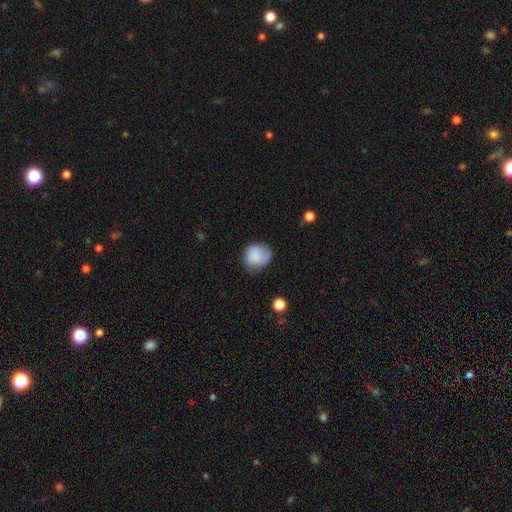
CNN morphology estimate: This is likely a smooth galaxy (80%). How rounded: likely round (78%). Merging: likely none (65%).